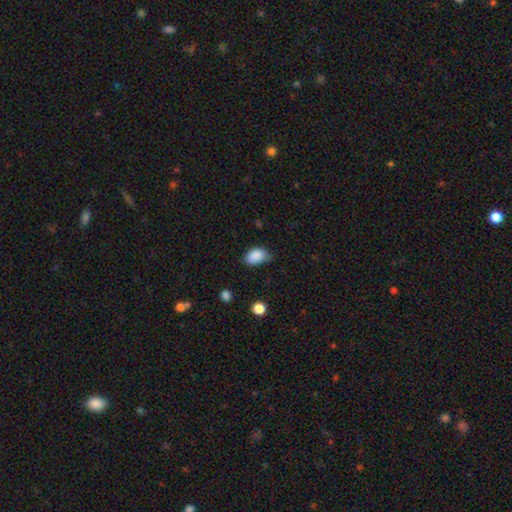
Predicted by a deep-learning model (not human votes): A smooth galaxy with no disk features (88%) that is in between round and cigar-shaped (86%).

Vote fractions:
- Smooth or featured? smooth: 88% / star or artifact: 8% / featured or disk: 4%
- How rounded? in between: 86% / round: 13% / cigar-shaped: 1%
- Merging? none: 61% / minor disturbance: 32% / major disturbance: 6% / merger: 2%